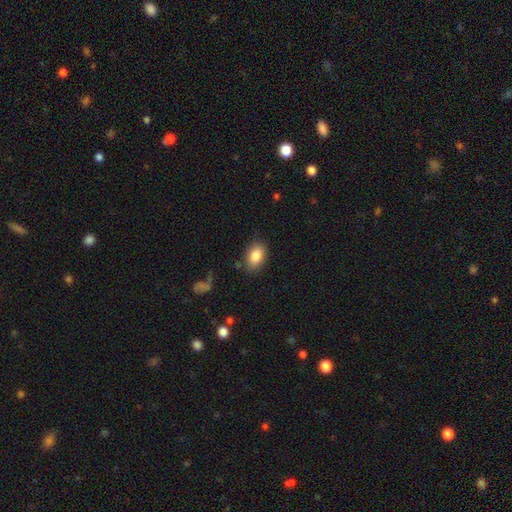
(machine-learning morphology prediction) A smooth galaxy with no disk features (86%) that is in between round and cigar-shaped (86%). Merging: none (81%).